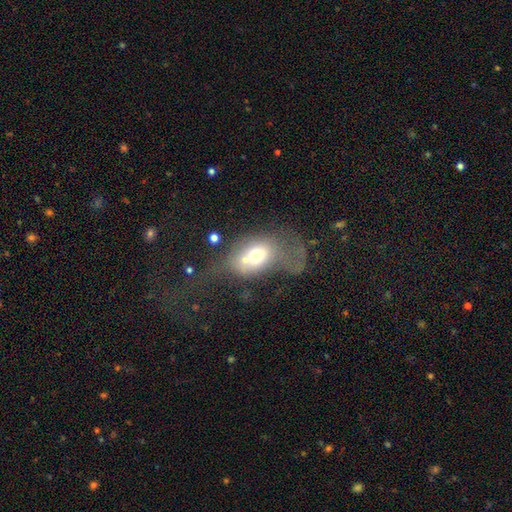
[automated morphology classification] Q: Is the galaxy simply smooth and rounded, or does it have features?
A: smooth — 59%.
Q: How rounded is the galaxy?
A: in between — 66%.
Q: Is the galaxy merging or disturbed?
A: major disturbance — 42%.